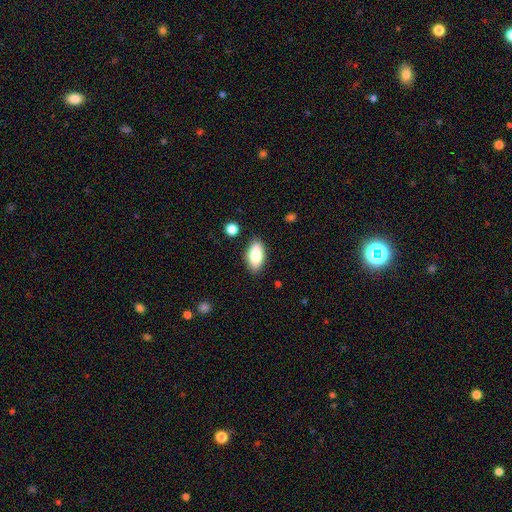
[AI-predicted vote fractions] smooth-or-featured: smooth: 80% | featured or disk: 13% | star or artifact: 7%
  how-rounded: in between: 91% | cigar-shaped: 6% | round: 3%
  merging: none: 86% | minor disturbance: 10% | major disturbance: 2% | merger: 2%